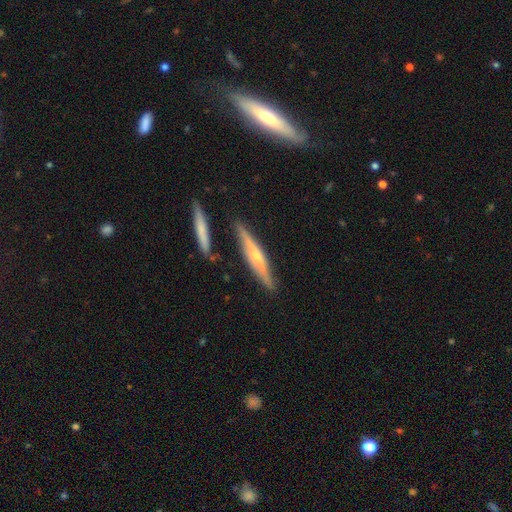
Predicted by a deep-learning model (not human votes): smooth-or-featured: featured or disk: 62% | smooth: 29% | star or artifact: 9%
  disk-edge-on: yes: 89% | no: 11%
    edge-on-bulge: rounded: 81% | none: 15% | boxy: 4%
  merging: none: 81% | minor disturbance: 12% | merger: 5% | major disturbance: 3%